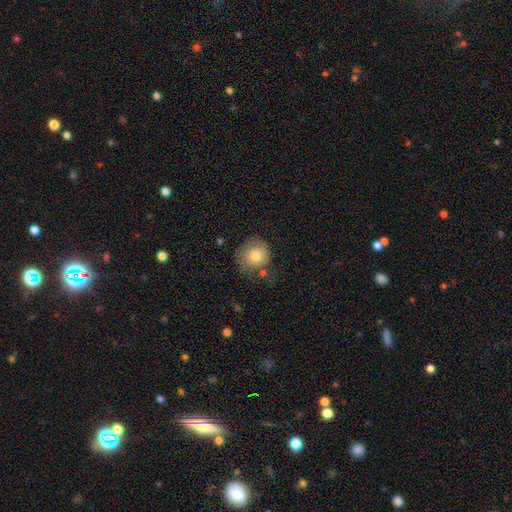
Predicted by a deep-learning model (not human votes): The model was most divided on "merging": none: 64%, minor disturbance: 21%, major disturbance: 8%, merger: 7%. More confident: how rounded — round (90%); smooth or featured — smooth (78%).